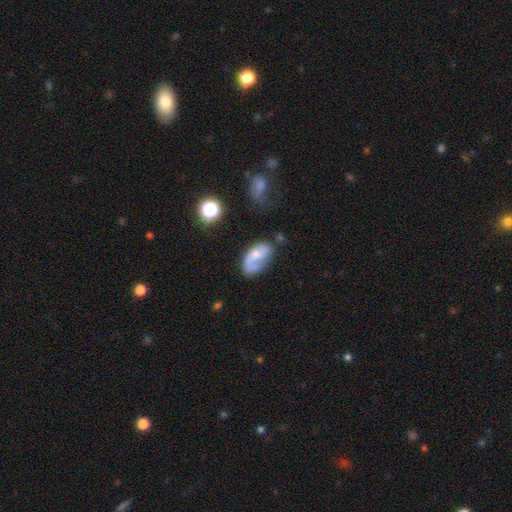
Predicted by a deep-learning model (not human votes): Smooth or featured: featured or disk — 47% (smooth — 44%)
Merging: none — 41% (minor disturbance — 27%)